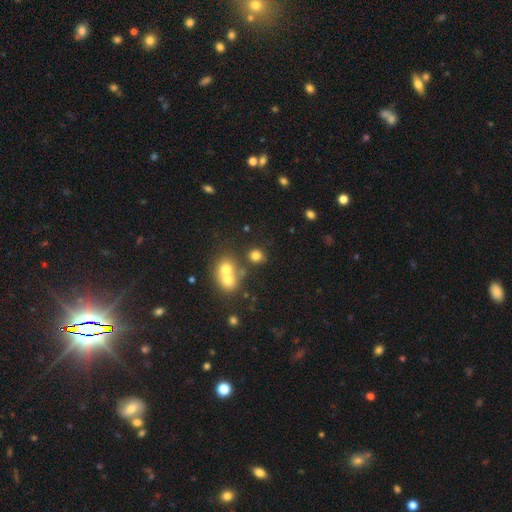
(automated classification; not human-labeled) Smooth or featured? smooth (75%)
How rounded? round (80%)
Merging? none (62%)